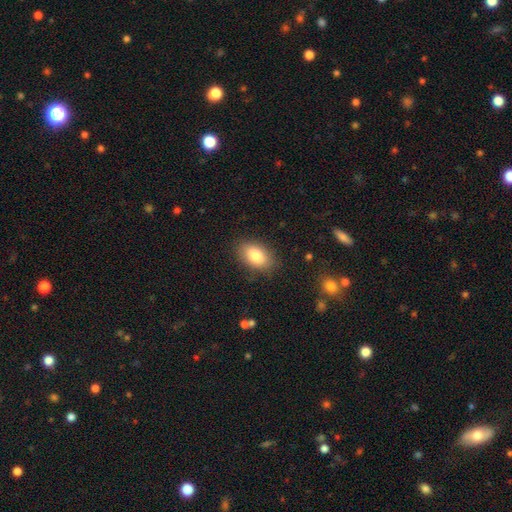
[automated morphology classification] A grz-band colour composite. It shows a smooth galaxy with no disk features (84%) that is in between round and cigar-shaped (92%). Merging: none (84%).